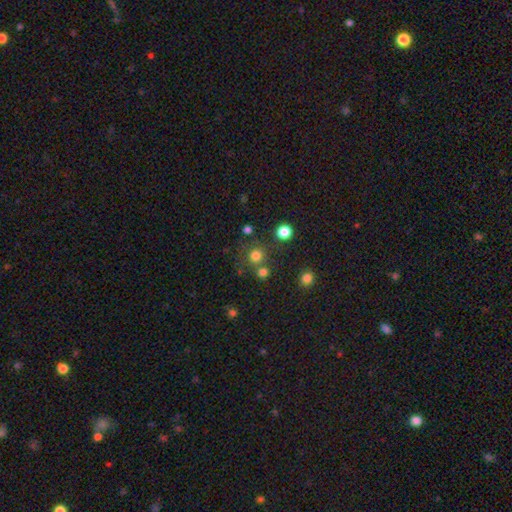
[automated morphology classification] Smooth or featured? Predicted: smooth (p=0.76). How rounded? Predicted: round (p=0.91). Merging? Predicted: none (p=0.71).